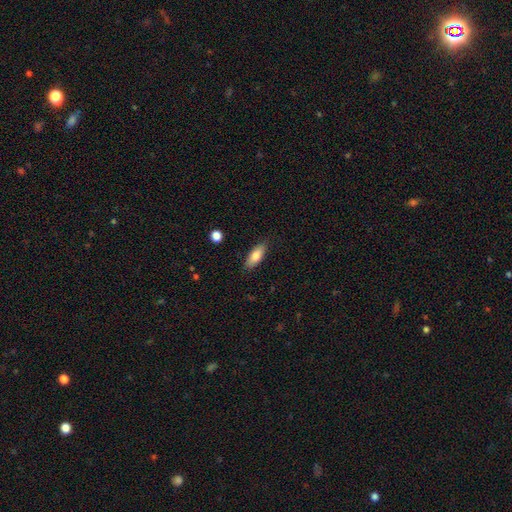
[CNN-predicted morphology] Smooth or featured: smooth — 79% (featured or disk — 14%)
How rounded: in between — 76% (cigar-shaped — 21%)
Merging: none — 86% (minor disturbance — 11%)